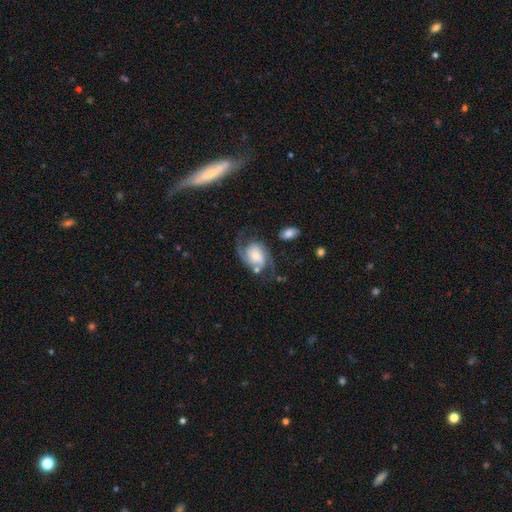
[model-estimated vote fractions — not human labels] Morphology: type=featured or disk (76%); edge-on=no (97%); bar=no (58%); spiral arms=yes (94%); winding=medium (45%); arm count=2 (84%); bulge=small (34%, tied with moderate); merging=none (53%).